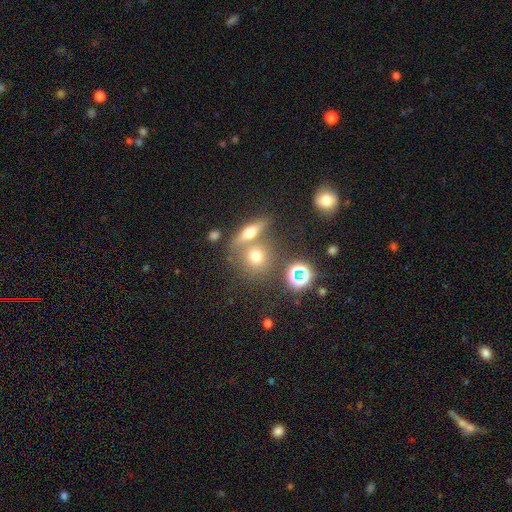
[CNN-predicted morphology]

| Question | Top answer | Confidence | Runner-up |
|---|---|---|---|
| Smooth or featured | smooth | 58% | featured or disk (23%) |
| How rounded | round | 77% | in between (17%) |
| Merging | none | 58% | merger (30%) |